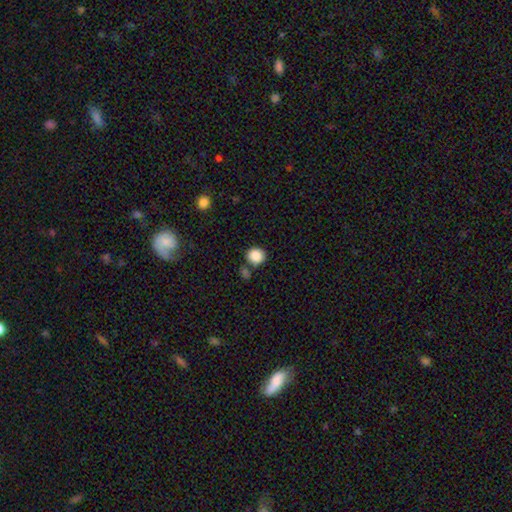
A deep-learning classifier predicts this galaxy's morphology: Smooth or featured: smooth — 87% (star or artifact — 9%)
How rounded: round — 84% (in between — 15%)
Merging: none — 70% (merger — 14%)